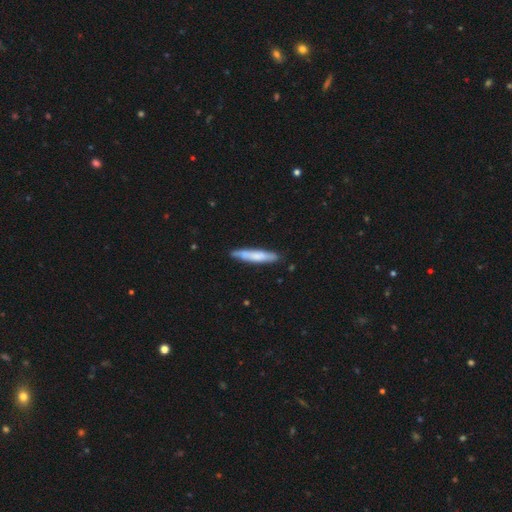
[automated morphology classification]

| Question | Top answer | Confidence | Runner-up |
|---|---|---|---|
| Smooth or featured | smooth | 65% | featured or disk (30%) |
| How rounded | cigar-shaped | 91% | in between (7%) |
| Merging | none | 82% | minor disturbance (14%) |